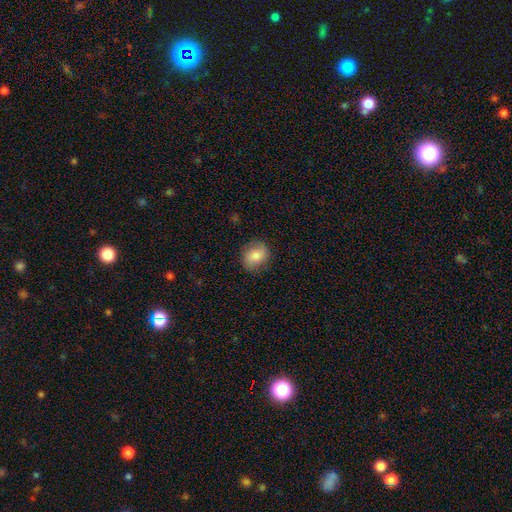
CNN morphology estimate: smooth 75%, featured or disk 17%, star or artifact 8%. Down the decision tree: how rounded — round (56%); merging — none (82%).